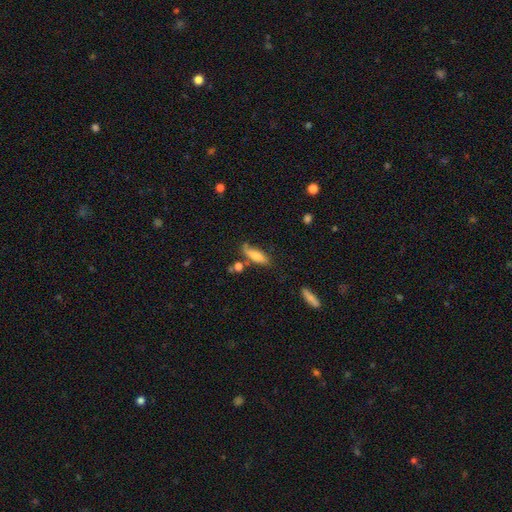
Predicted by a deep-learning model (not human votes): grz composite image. It shows a smooth galaxy with no disk features (74%) that is cigar-shaped (49%, tied with in between). Merging: none (60%).